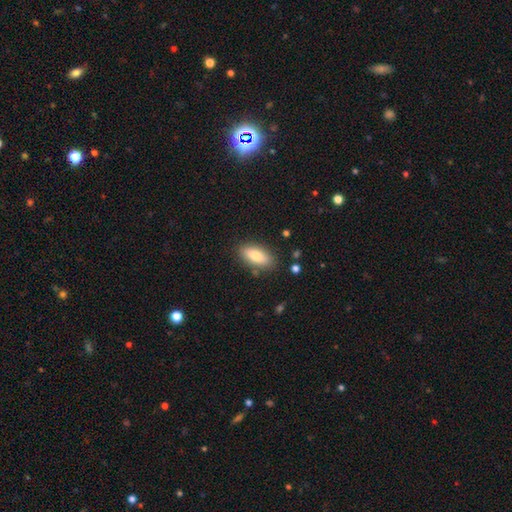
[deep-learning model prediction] Q: Smooth or featured?
A: smooth (78%); runner-up: featured or disk (15%)
Q: How rounded?
A: in between (86%); runner-up: cigar-shaped (11%)
Q: Merging?
A: none (84%); runner-up: minor disturbance (11%)